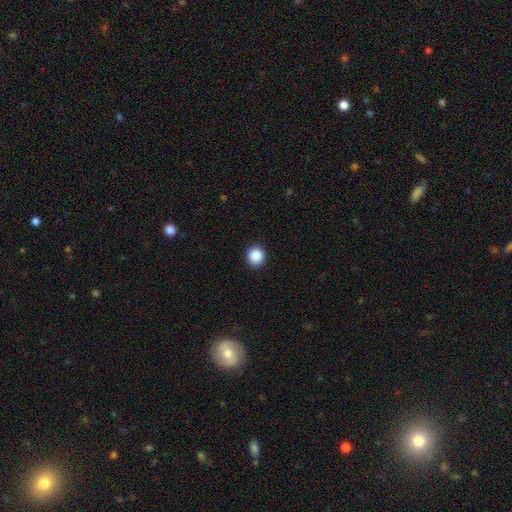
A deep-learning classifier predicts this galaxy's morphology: Smooth or featured?
  - smooth: 89% *
  - star or artifact: 9%
  - featured or disk: 2%
How rounded?
  - round: 92% *
  - in between: 7%
  - cigar-shaped: 1%
Merging?
  - none: 92% *
  - minor disturbance: 5%
  - major disturbance: 2%
  - merger: 1%